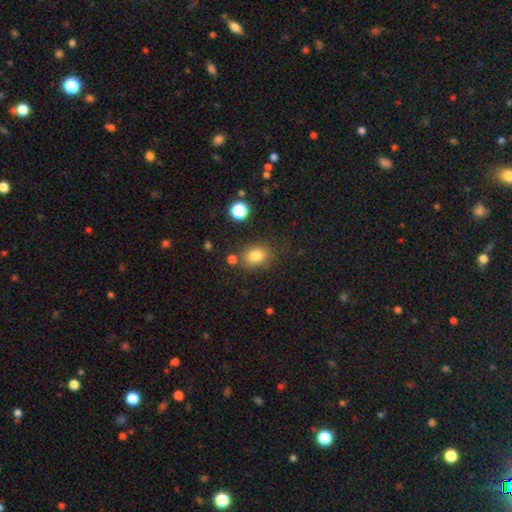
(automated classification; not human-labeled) A smooth galaxy with no disk features (80%) that is in between round and cigar-shaped (58%). Merging: none (76%).